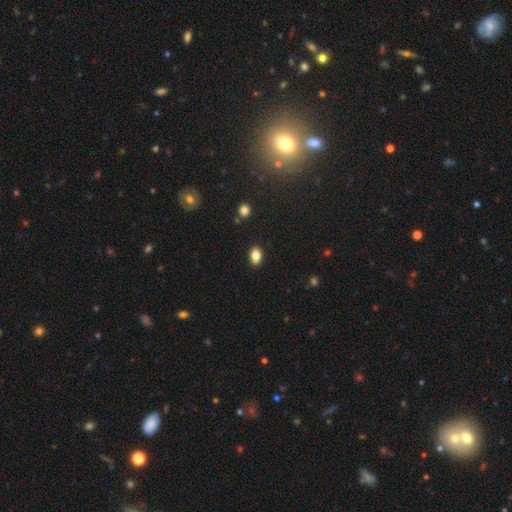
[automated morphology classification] Smooth or featured? smooth (85%)
How rounded? in between (81%)
Merging? none (87%)